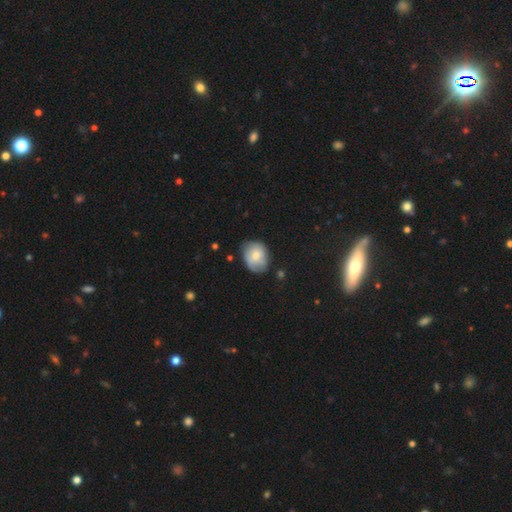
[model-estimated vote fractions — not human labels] A smooth galaxy with no disk features (66%) that is round (54%).

Vote fractions:
- Smooth or featured? smooth: 66% / featured or disk: 27% / star or artifact: 8%
- How rounded? round: 54% / in between: 45% / cigar-shaped: 1%
- Merging? none: 62% / minor disturbance: 29% / major disturbance: 7% / merger: 2%